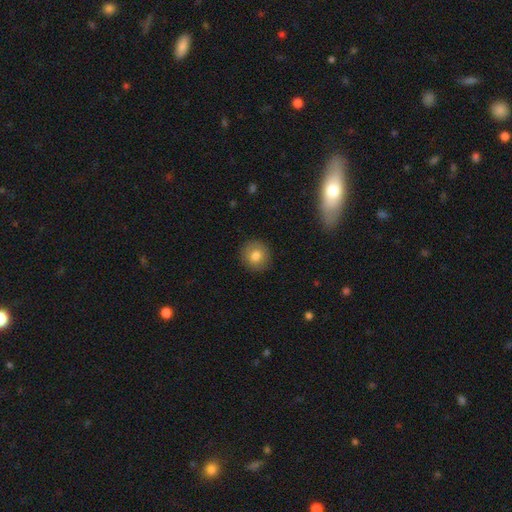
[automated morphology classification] A smooth galaxy with no disk features (80%) that is round (92%). Merging: none (90%).